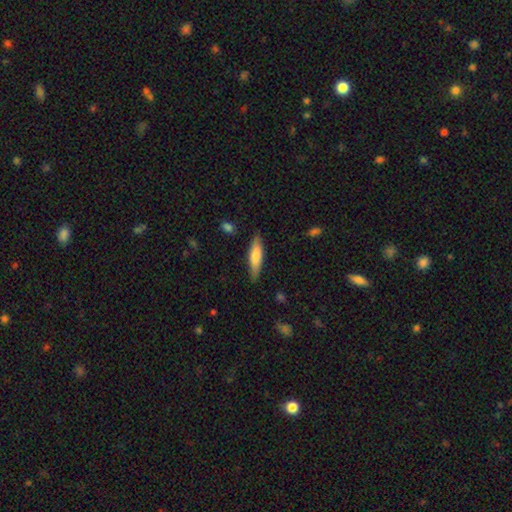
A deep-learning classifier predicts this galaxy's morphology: type=smooth (75%); roundness=cigar-shaped (70%); merging=none (81%).